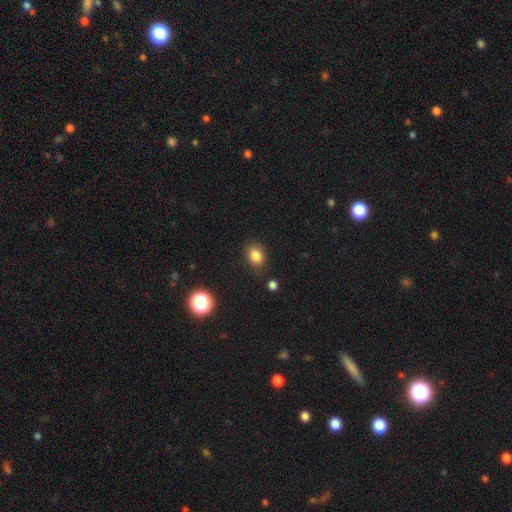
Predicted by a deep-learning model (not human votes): This is clearly a smooth galaxy (83%). How rounded: likely in between (61%). Merging: likely none (77%).